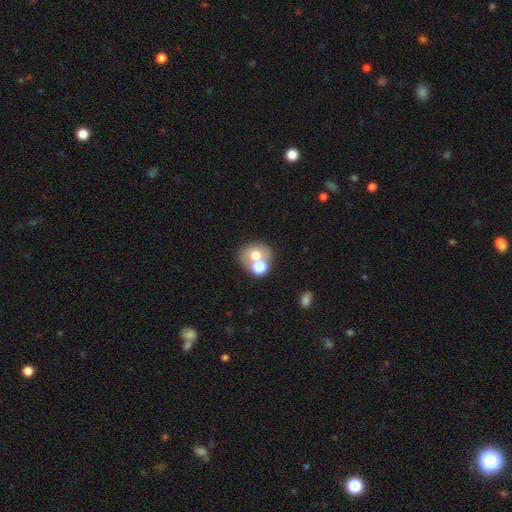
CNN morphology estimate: A smooth galaxy with no disk features (64%) that is round (66%).

Vote fractions:
- Smooth or featured? smooth: 64% / featured or disk: 24% / star or artifact: 12%
- How rounded? round: 66% / in between: 34% / cigar-shaped: 1%
- Merging? merger: 44% (tied) / none: 44% (tied) / minor disturbance: 8% / major disturbance: 4%